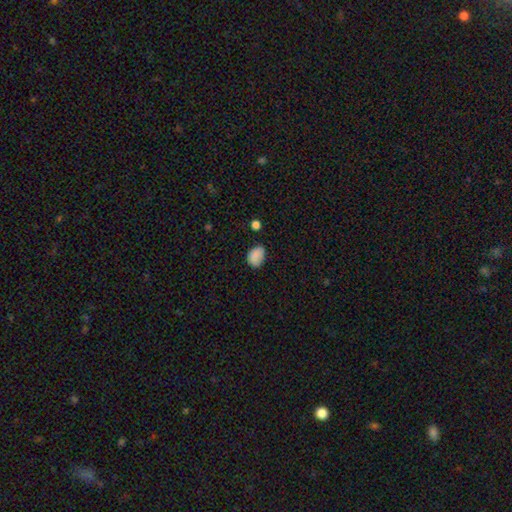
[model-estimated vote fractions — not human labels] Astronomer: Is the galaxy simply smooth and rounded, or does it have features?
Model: smooth — 86%.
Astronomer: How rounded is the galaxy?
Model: in between — 79%.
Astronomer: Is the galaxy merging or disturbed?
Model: none — 66%.